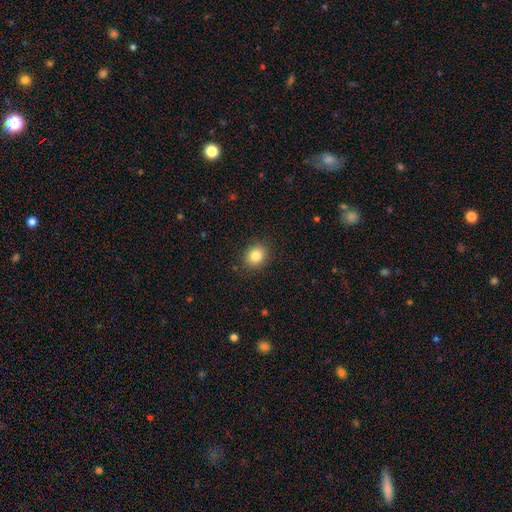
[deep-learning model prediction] Smooth or featured: smooth — 84% (star or artifact — 10%)
How rounded: round — 68% (in between — 31%)
Merging: none — 89% (minor disturbance — 8%)